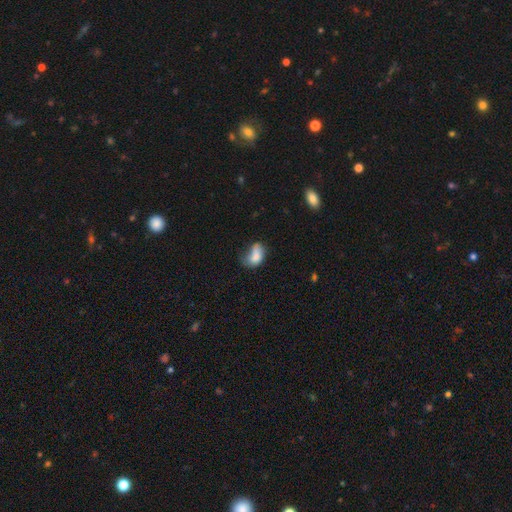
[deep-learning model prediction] smooth-or-featured: smooth: 76% | featured or disk: 15% | star or artifact: 9%
  how-rounded: in between: 87% | round: 11% | cigar-shaped: 2%
  merging: minor disturbance: 35% | major disturbance: 32% | none: 26% | merger: 7%